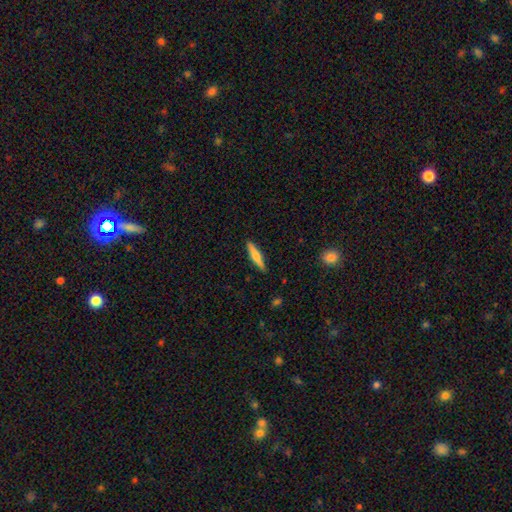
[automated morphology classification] A featured or disk galaxy (50%) viewed edge-on (96%).

Vote fractions:
- Smooth or featured? featured or disk: 50% / smooth: 44% / star or artifact: 6%
- Edge-on disk? yes: 96% / no: 4%
- Merging? none: 90% / minor disturbance: 7% / major disturbance: 2% / merger: 1%